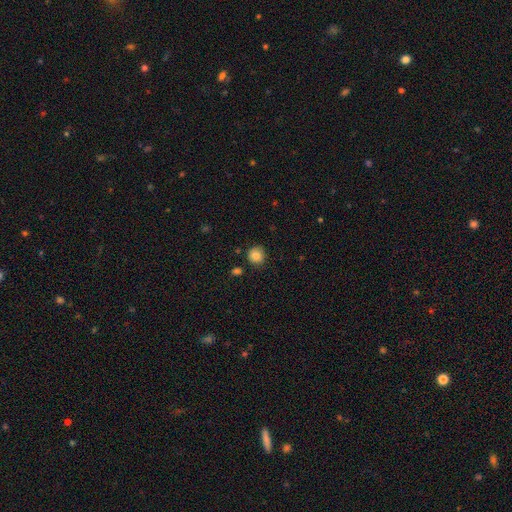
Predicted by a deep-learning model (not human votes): Morphology: type=smooth (83%); roundness=round (92%); merging=none (87%).